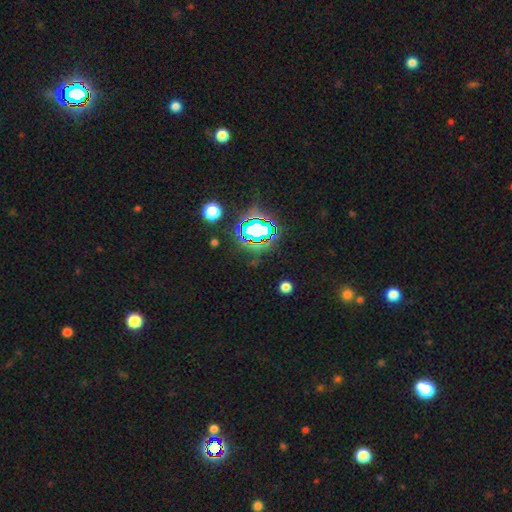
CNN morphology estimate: Smooth or featured?
  - star or artifact: 79% *
  - smooth: 13%
  - featured or disk: 8%